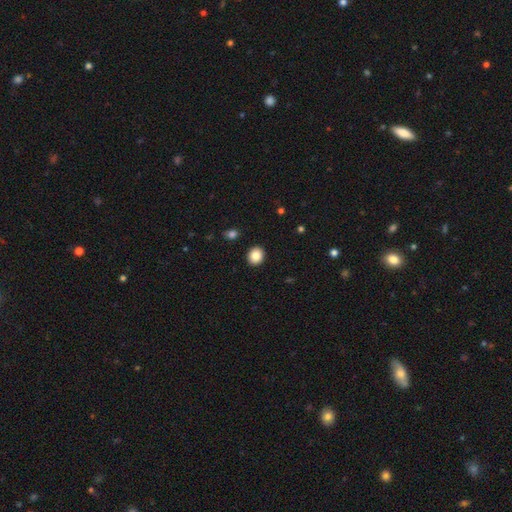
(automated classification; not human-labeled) A smooth galaxy with no disk features (86%) that is round (69%). Merging: none (92%).